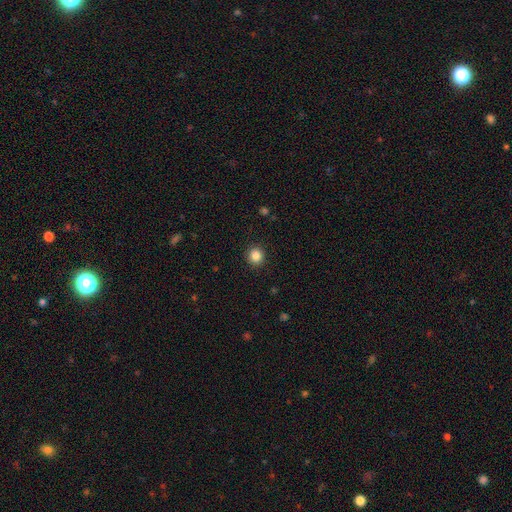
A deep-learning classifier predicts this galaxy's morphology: smooth-or-featured: smooth: 85% | star or artifact: 11% | featured or disk: 4%
  how-rounded: round: 92% | in between: 7% | cigar-shaped: 1%
  merging: none: 92% | minor disturbance: 5% | major disturbance: 2% | merger: 1%